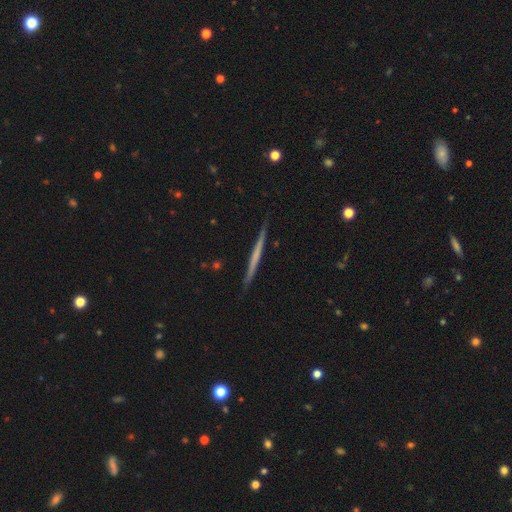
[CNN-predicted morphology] smooth-or-featured: featured or disk: 55% | smooth: 40% | star or artifact: 5%
  disk-edge-on: yes: 98% | no: 2%
    edge-on-bulge: none: 89% | rounded: 7% | boxy: 4%
  merging: none: 91% | minor disturbance: 7% | major disturbance: 1% | merger: 1%